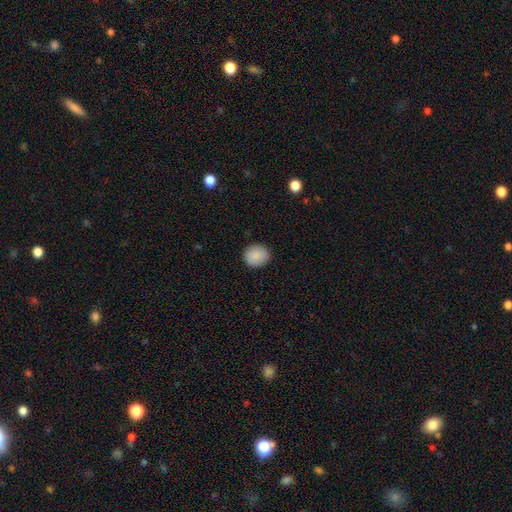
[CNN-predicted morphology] Smooth or featured? smooth (88%)
How rounded? round (81%)
Merging? none (90%)